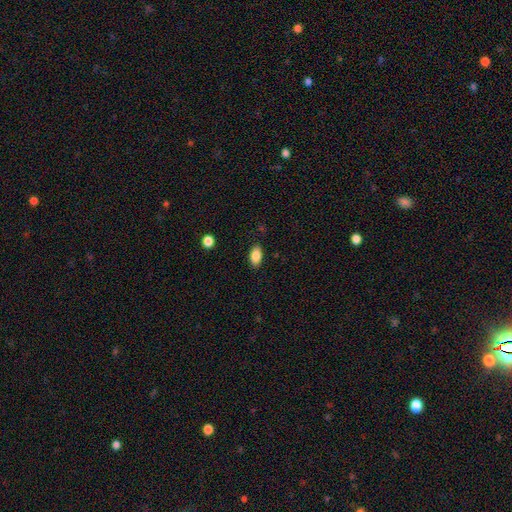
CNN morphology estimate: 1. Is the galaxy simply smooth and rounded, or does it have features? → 87% smooth, 8% star or artifact, 5% featured or disk.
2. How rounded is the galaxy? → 92% in between, 5% round, 3% cigar-shaped.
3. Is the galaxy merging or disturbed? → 86% none, 10% minor disturbance, 3% major disturbance, 1% merger.